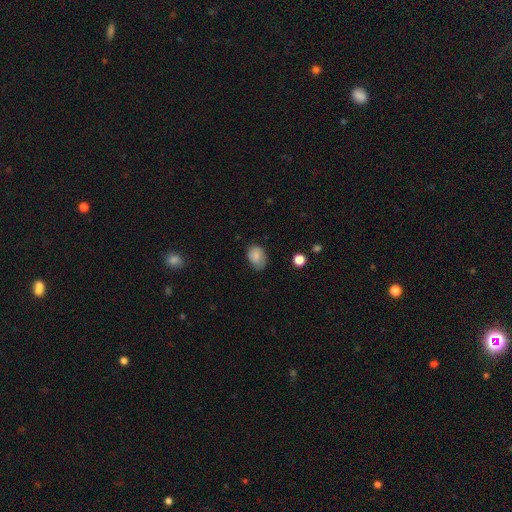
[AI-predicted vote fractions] A smooth galaxy with no disk features (80%) that is in between round and cigar-shaped (70%).

Vote fractions:
- Smooth or featured? smooth: 80% / featured or disk: 11% / star or artifact: 9%
- How rounded? in between: 70% / round: 29% / cigar-shaped: 1%
- Merging? none: 64% / minor disturbance: 29% / major disturbance: 6% / merger: 1%